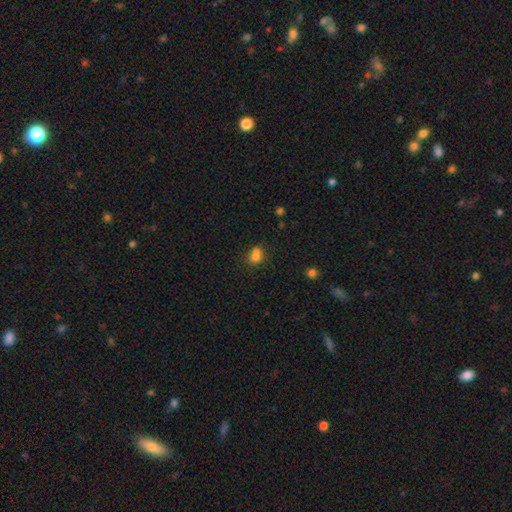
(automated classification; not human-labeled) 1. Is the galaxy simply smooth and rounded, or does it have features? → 77% smooth, 13% star or artifact, 10% featured or disk.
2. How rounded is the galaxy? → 50% round, 49% in between, 1% cigar-shaped.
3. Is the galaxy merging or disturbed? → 44% none, 30% merger, 19% minor disturbance, 7% major disturbance.